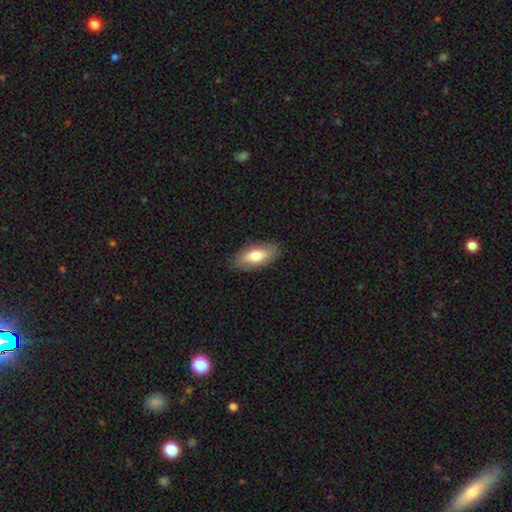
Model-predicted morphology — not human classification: Q: Smooth or featured?
A: smooth (74%); runner-up: featured or disk (20%)
Q: How rounded?
A: in between (88%); runner-up: cigar-shaped (8%)
Q: Merging?
A: none (86%); runner-up: minor disturbance (10%)